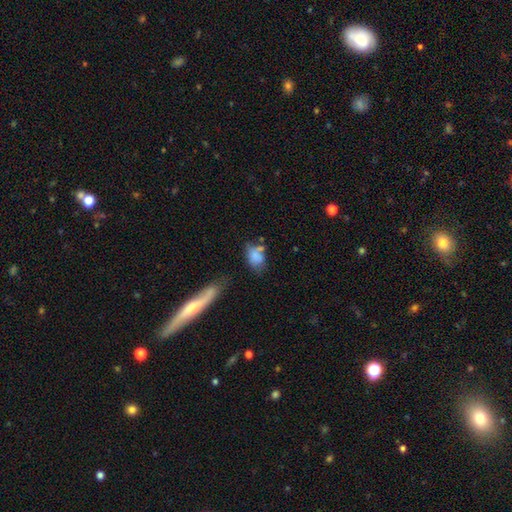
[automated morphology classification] Q: Smooth or featured?
A: smooth (75%); runner-up: featured or disk (15%)
Q: How rounded?
A: in between (80%); runner-up: round (17%)
Q: Merging?
A: none (40%); runner-up: minor disturbance (26%)